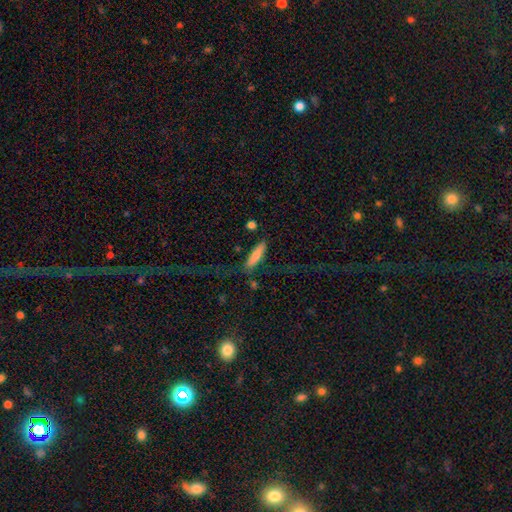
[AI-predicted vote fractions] smooth 78%, featured or disk 16%, star or artifact 6%. Down the decision tree: how rounded — cigar-shaped (77%); merging — none (77%).